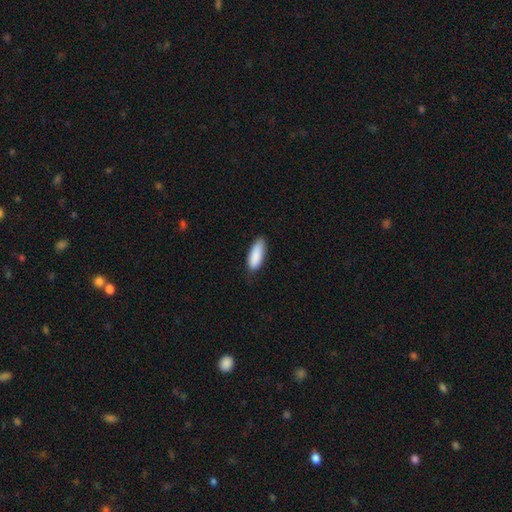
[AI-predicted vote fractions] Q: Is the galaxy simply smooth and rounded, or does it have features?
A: smooth — 89%.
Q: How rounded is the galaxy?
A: in between — 74%.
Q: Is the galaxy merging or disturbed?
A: none — 77%.